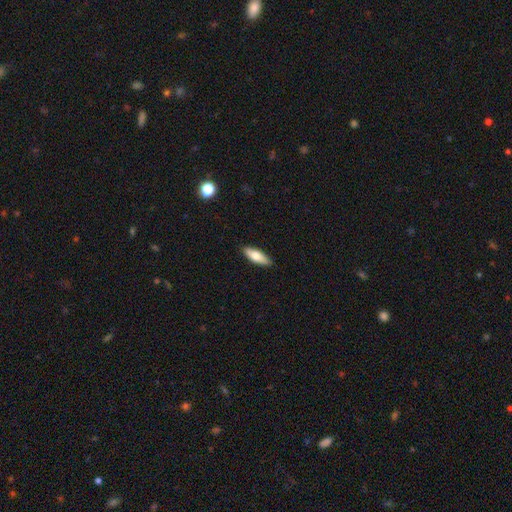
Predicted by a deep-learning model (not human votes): Smooth or featured? smooth (70%)
How rounded? in between (56%)
Merging? none (88%)